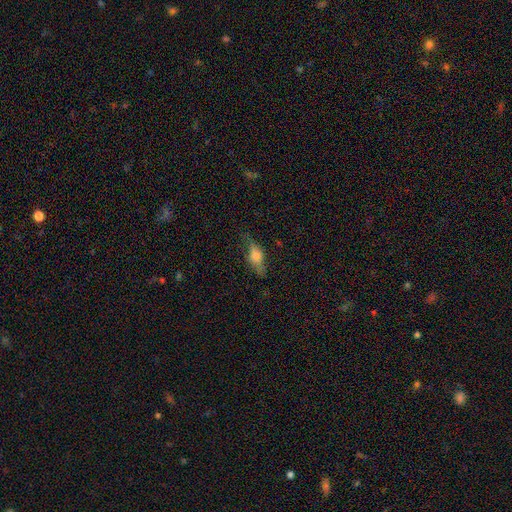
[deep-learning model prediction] This is likely a smooth galaxy (60%). How rounded: likely in between (70%). Merging: likely none (63%).